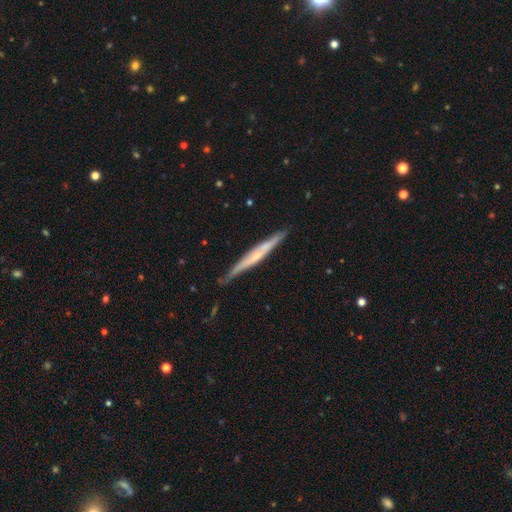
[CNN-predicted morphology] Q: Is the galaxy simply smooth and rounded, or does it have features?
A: featured or disk — 68%.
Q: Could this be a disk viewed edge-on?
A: yes — 95%.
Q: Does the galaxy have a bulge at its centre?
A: rounded — 44%, tied with none.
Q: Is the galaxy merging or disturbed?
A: none — 82%.